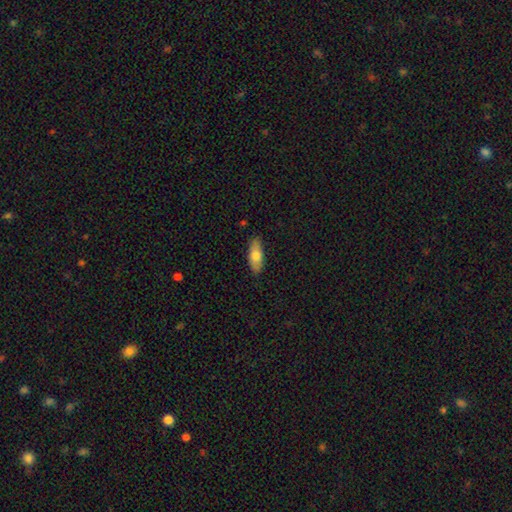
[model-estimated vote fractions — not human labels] A smooth galaxy with no disk features (73%) that is in between round and cigar-shaped (74%). Merging: none (85%).